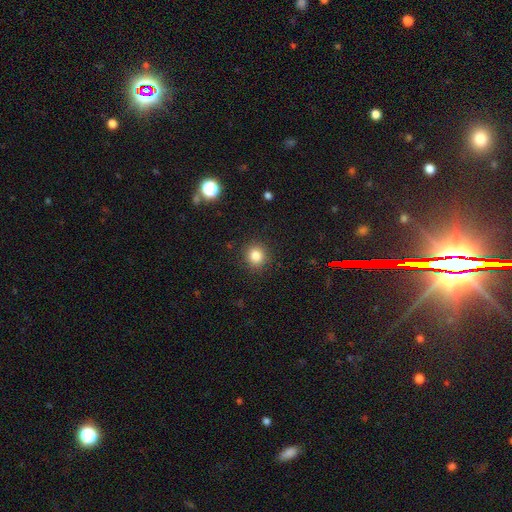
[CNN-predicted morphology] This is clearly a smooth galaxy (84%). How rounded: clearly round (91%). Merging: clearly none (90%).